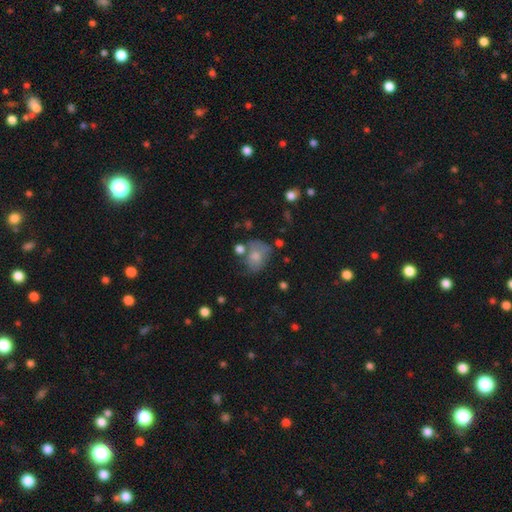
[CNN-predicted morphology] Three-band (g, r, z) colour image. It shows a smooth galaxy with no disk features (68%) that is in between round and cigar-shaped (53%). Merging: none (40%).